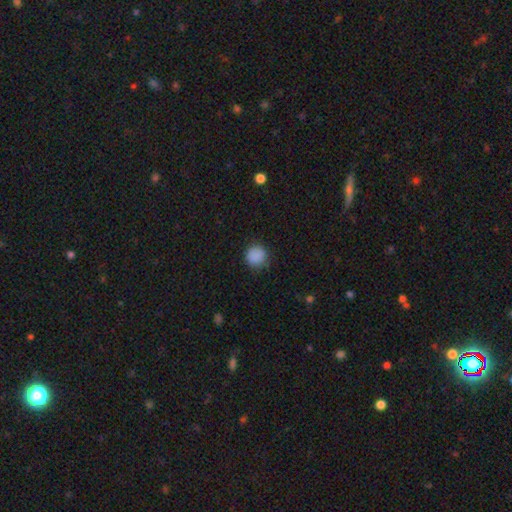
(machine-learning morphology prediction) Overall: smooth (87%). How rounded: round (92%). Merging: none (84%).